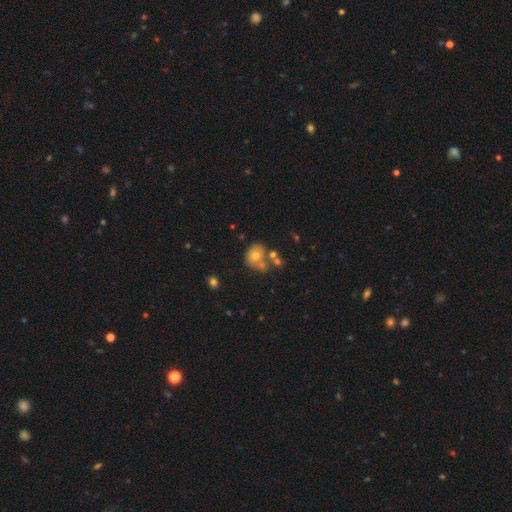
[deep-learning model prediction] Smooth or featured? smooth (66%)
How rounded? round (67%)
Merging? none (45%)